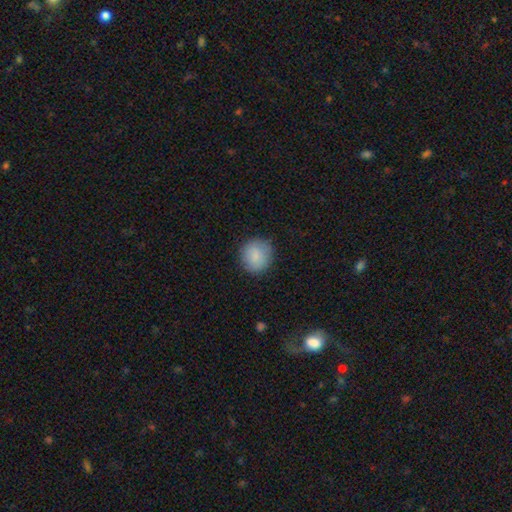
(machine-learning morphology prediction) type=smooth (87%); roundness=round (88%); merging=none (86%).